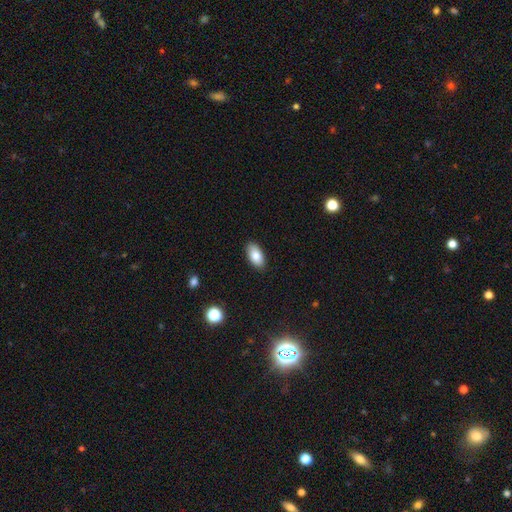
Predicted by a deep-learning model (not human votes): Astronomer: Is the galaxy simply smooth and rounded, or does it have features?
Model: smooth — 84%.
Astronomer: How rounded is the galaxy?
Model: in between — 93%.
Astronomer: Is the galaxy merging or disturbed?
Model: none — 88%.